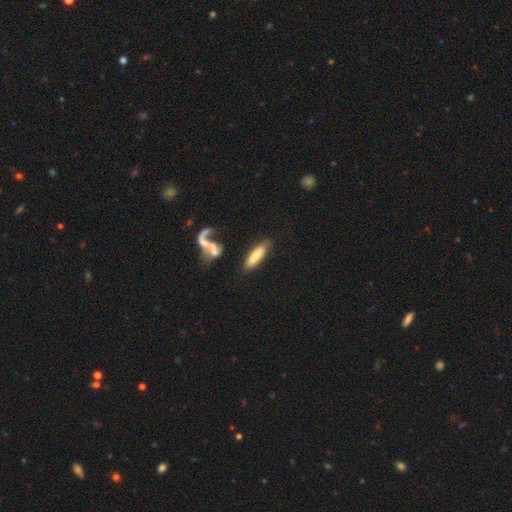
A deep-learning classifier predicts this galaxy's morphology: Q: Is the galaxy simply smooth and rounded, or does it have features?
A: smooth — 74%.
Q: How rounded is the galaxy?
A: cigar-shaped — 51%.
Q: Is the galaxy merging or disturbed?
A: none — 68%.